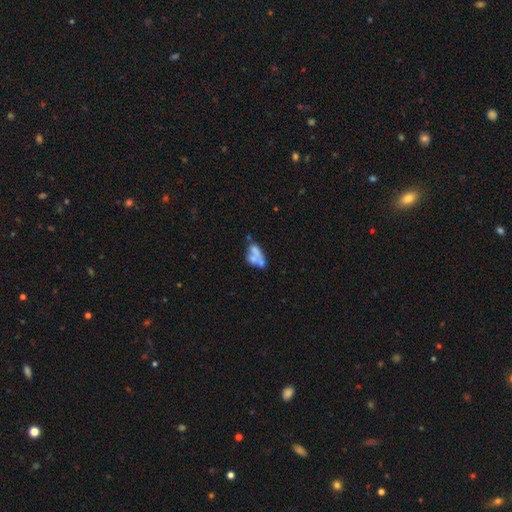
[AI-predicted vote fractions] Overall: smooth (45%; featured or disk 44%). Merging: merger (46%; none 25%).